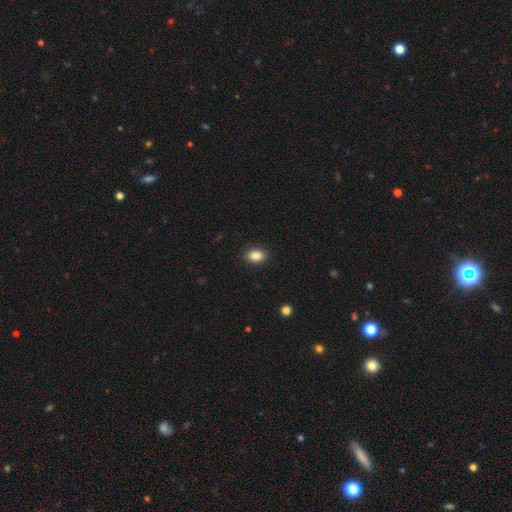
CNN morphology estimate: smooth 86%, star or artifact 9%, featured or disk 5%. Down the decision tree: how rounded — in between (76%); merging — none (89%).